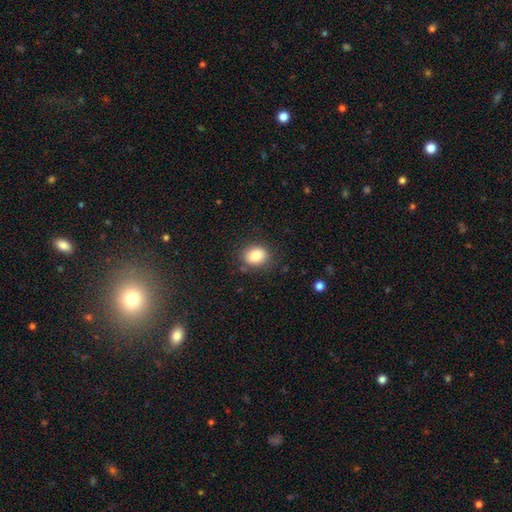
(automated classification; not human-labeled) smooth-or-featured: smooth: 83% | star or artifact: 10% | featured or disk: 8%
  how-rounded: in between: 51% | round: 48% | cigar-shaped: 1%
  merging: none: 83% | minor disturbance: 11% | major disturbance: 3% | merger: 2%